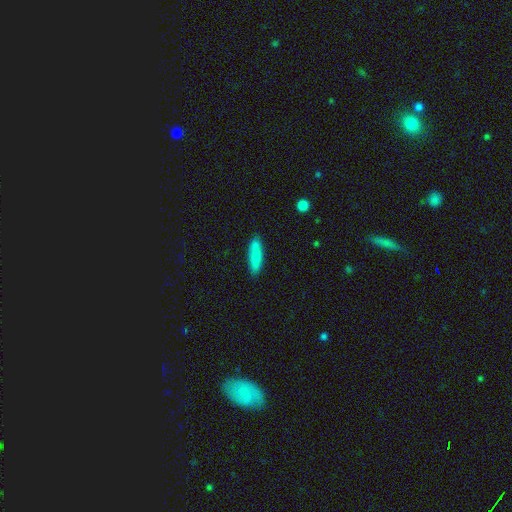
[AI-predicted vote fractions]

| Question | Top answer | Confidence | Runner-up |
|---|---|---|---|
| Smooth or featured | smooth | 83% | featured or disk (10%) |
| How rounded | cigar-shaped | 66% | in between (32%) |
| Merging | none | 81% | minor disturbance (14%) |